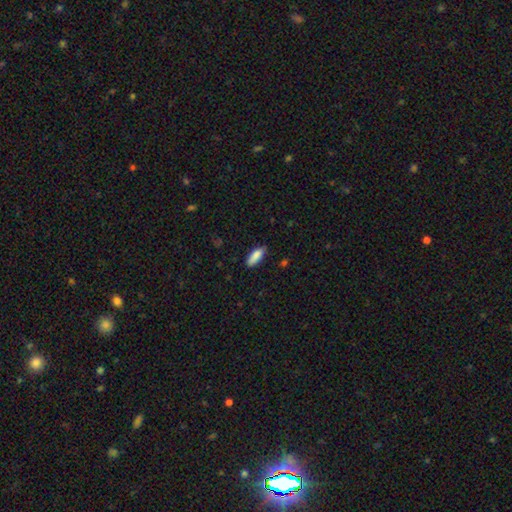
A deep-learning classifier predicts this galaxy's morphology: Smooth or featured? smooth (86%)
How rounded? in between (72%)
Merging? none (79%)